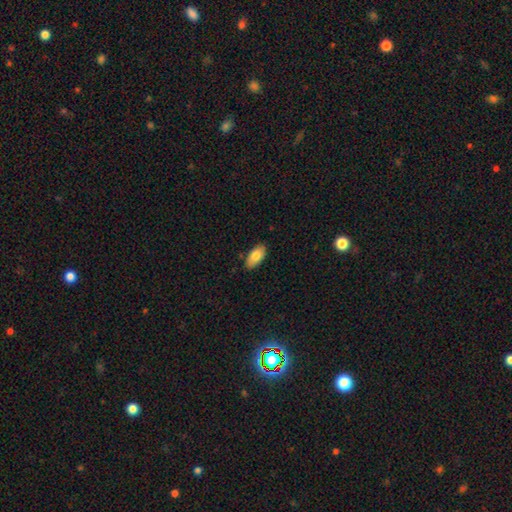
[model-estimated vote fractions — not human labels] smooth-or-featured: smooth: 81% | featured or disk: 12% | star or artifact: 7%
  how-rounded: in between: 94% | cigar-shaped: 4% | round: 2%
  merging: none: 86% | minor disturbance: 11% | major disturbance: 2% | merger: 1%